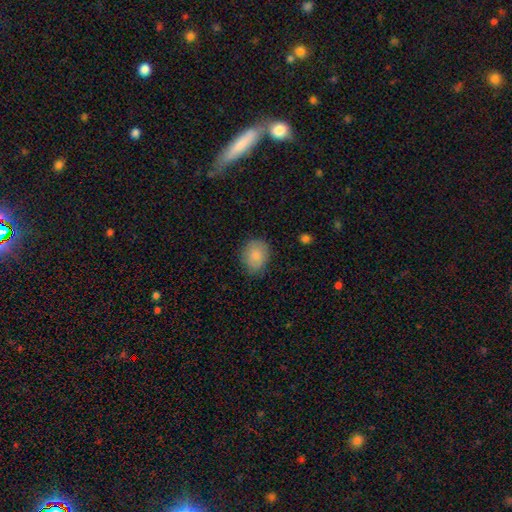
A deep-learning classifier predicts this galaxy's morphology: A smooth galaxy with no disk features (86%) that is round (52%). Merging: none (76%).